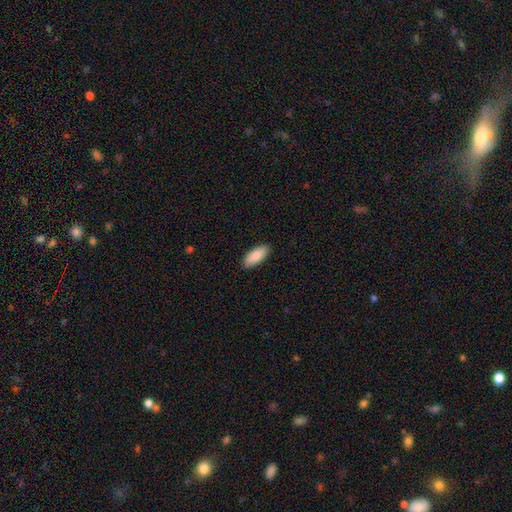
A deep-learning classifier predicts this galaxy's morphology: This is clearly a smooth galaxy (88%). How rounded: clearly in between (80%). Merging: clearly none (90%).